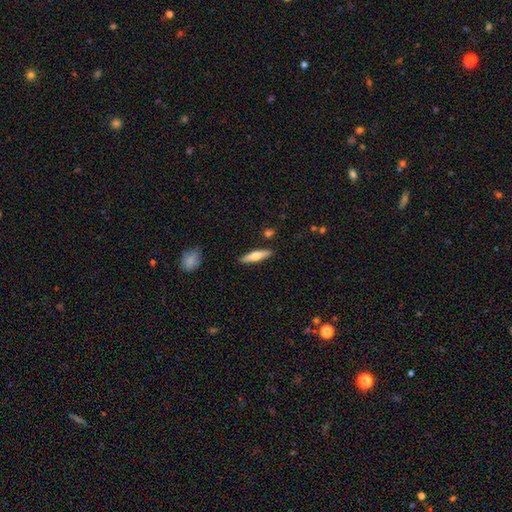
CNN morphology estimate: smooth 57%, featured or disk 37%, star or artifact 6%. Down the decision tree: how rounded — cigar-shaped (75%); merging — none (88%).